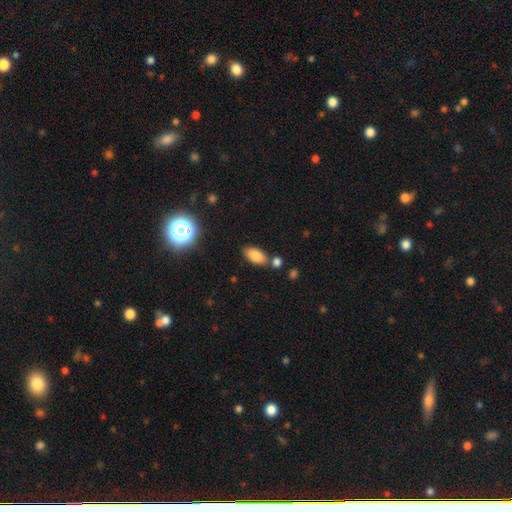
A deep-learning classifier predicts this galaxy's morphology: This is clearly a smooth galaxy (83%). How rounded: clearly in between (91%). Merging: likely none (72%).